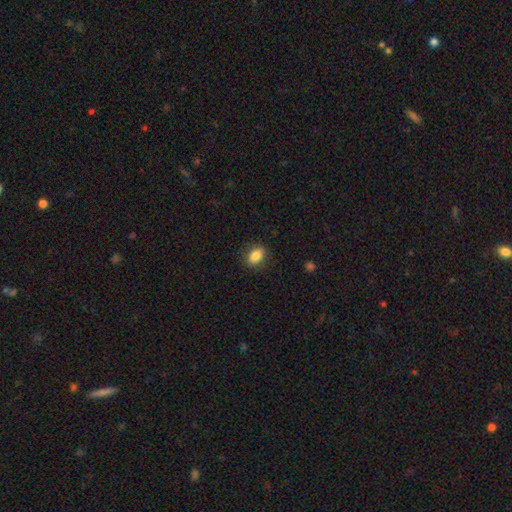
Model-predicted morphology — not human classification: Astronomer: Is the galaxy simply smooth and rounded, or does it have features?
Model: smooth — 85%.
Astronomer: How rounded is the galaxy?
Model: in between — 78%.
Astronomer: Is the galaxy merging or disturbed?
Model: none — 87%.